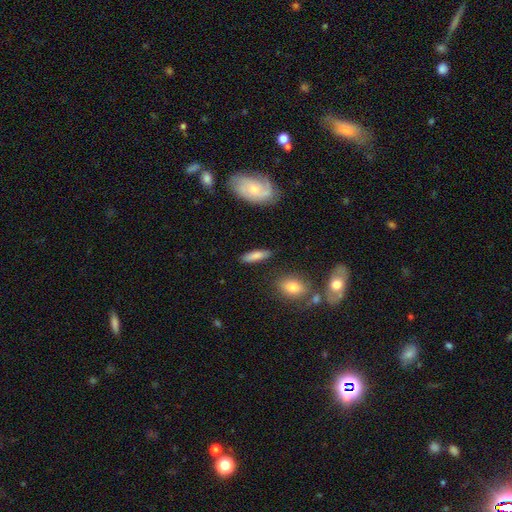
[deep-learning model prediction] Smooth or featured? Predicted: smooth (p=0.77). How rounded? Predicted: cigar-shaped (p=0.58). Merging? Predicted: none (p=0.84).